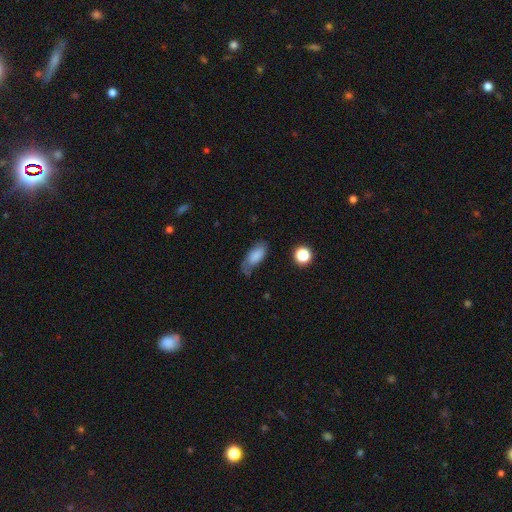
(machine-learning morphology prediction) A smooth galaxy with no disk features (77%) that is in between round and cigar-shaped (87%). Merging: none (50%).